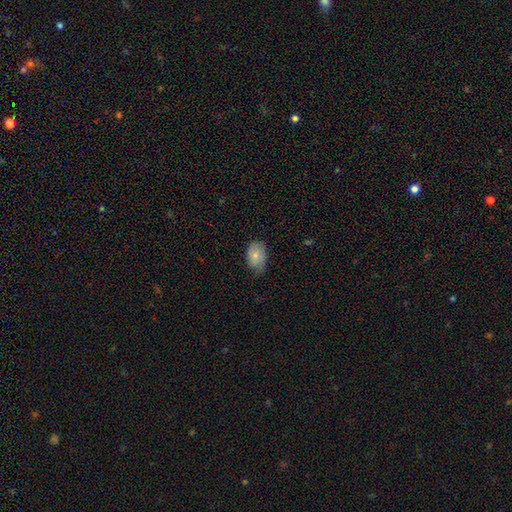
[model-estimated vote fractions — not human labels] smooth 75%, featured or disk 18%, star or artifact 7%. Down the decision tree: how rounded — in between (84%); merging — none (53%).